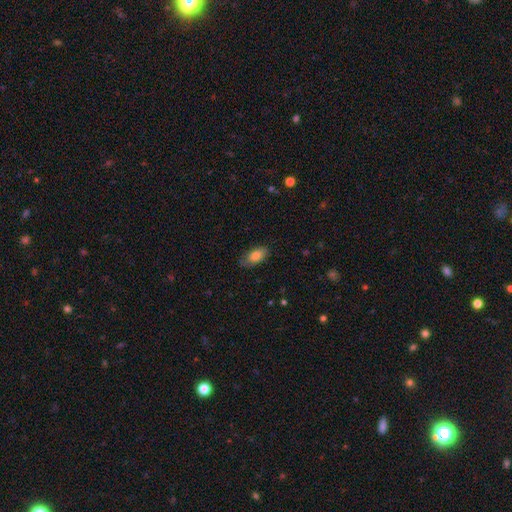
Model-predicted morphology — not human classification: Smooth or featured: smooth — 78% (featured or disk — 15%)
How rounded: in between — 91% (cigar-shaped — 6%)
Merging: none — 77% (minor disturbance — 18%)